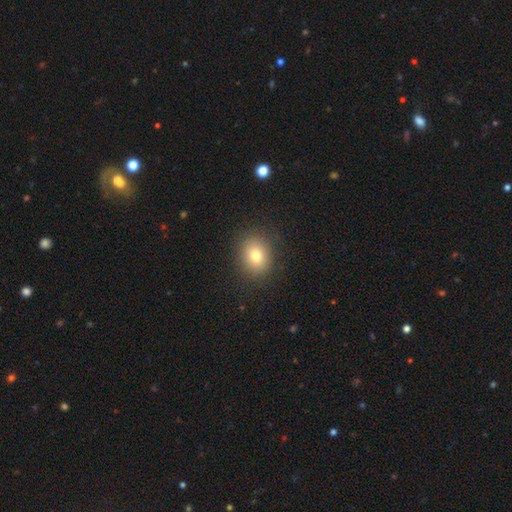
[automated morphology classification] Smooth or featured? smooth (76%)
How rounded? round (68%)
Merging? none (88%)